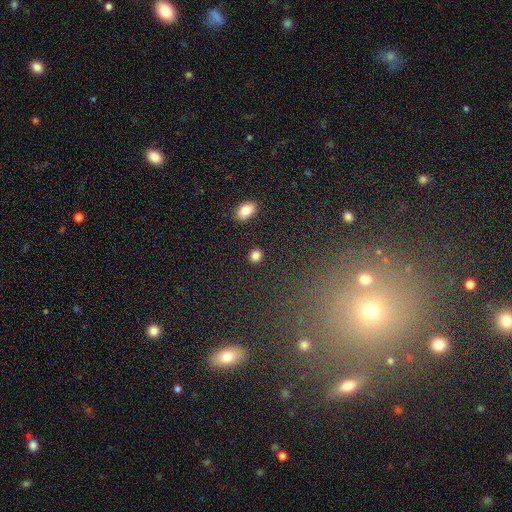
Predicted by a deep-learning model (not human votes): smooth-or-featured: smooth: 84% | star or artifact: 11% | featured or disk: 6%
  how-rounded: round: 79% | in between: 20% | cigar-shaped: 1%
  merging: none: 89% | minor disturbance: 7% | major disturbance: 2% | merger: 2%